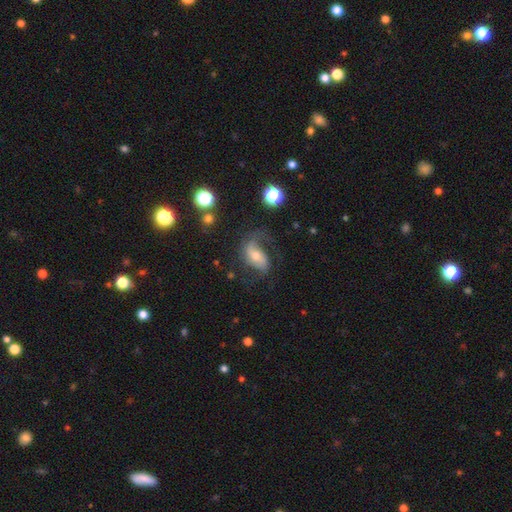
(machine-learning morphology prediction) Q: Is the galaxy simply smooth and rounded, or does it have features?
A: featured or disk — 68%.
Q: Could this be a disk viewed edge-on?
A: no — 95%.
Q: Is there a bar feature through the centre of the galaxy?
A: no — 44%.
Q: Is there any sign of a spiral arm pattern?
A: yes — 88%.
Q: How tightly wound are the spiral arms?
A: loose — 53%.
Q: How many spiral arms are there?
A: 2 — 64%.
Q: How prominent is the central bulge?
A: moderate — 55%.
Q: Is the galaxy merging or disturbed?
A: none — 49%.